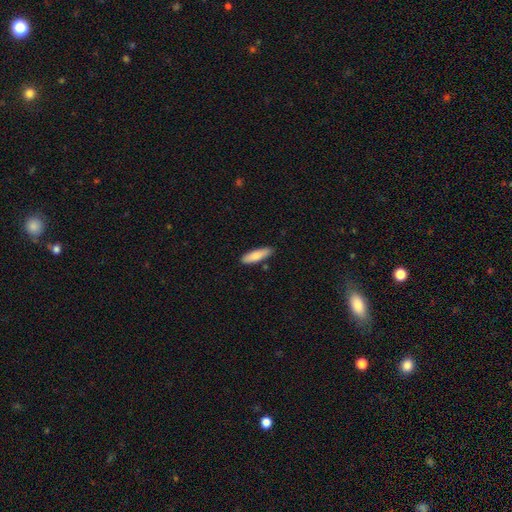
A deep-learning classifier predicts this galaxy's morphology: This appears to be a smooth galaxy with no disk features (78%) that is cigar-shaped (56%). Merging: none (85%).